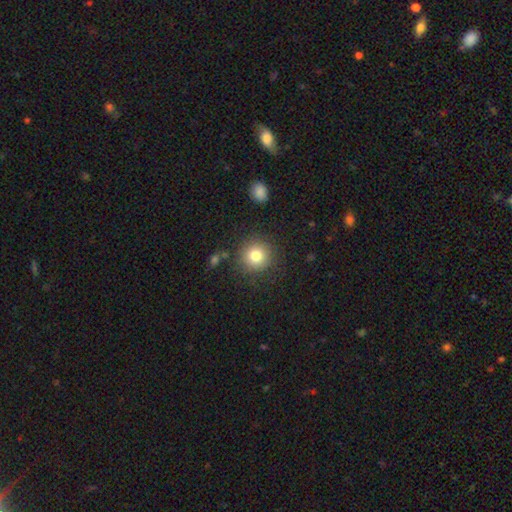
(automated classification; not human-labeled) Overall: smooth (80%). How rounded: round (92%). Merging: none (85%).